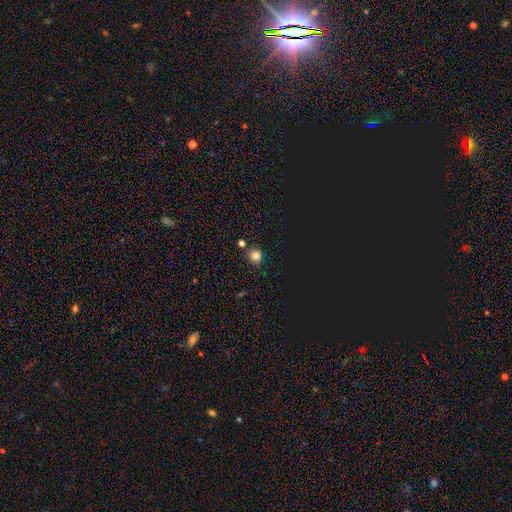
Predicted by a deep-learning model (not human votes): smooth-or-featured: smooth: 73% | star or artifact: 21% | featured or disk: 6%
  how-rounded: round: 81% | in between: 18% | cigar-shaped: 1%
  merging: none: 77% | minor disturbance: 12% | merger: 8% | major disturbance: 3%